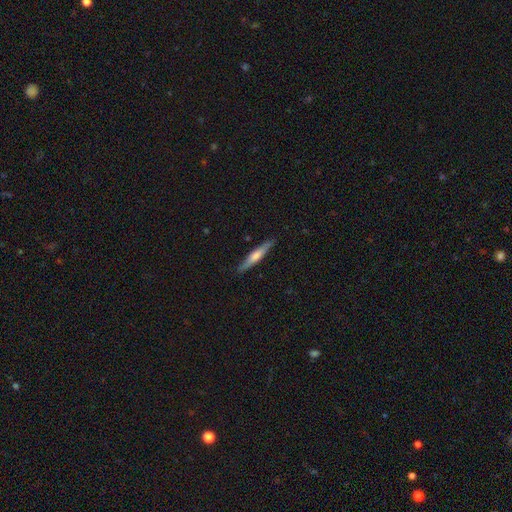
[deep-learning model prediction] The model was most divided on "smooth or featured": featured or disk: 53%, smooth: 41%, star or artifact: 5%. More confident: edge-on disk — yes (95%); merging — none (88%); edge-on bulge — rounded (70%).